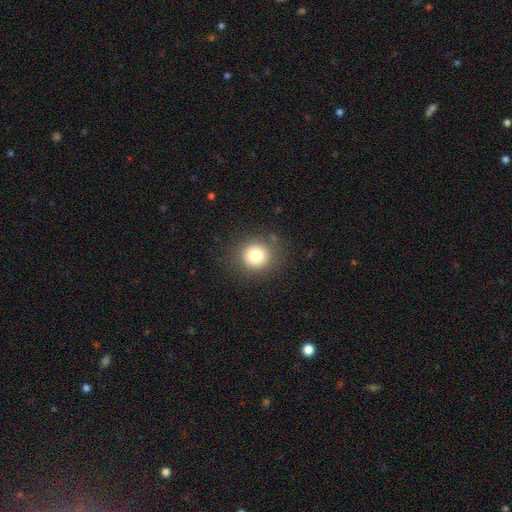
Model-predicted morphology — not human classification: smooth-or-featured: smooth: 79% | star or artifact: 12% | featured or disk: 9%
  how-rounded: round: 90% | in between: 10% | cigar-shaped: 1%
  merging: none: 86% | minor disturbance: 9% | major disturbance: 4% | merger: 2%